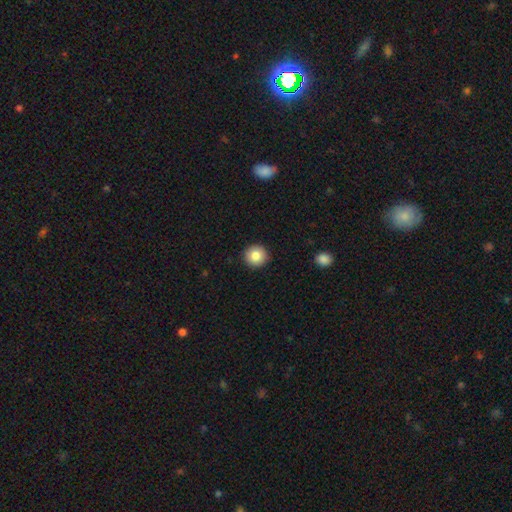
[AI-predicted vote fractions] smooth 84%, star or artifact 9%, featured or disk 7%. Down the decision tree: how rounded — round (94%); merging — none (92%).